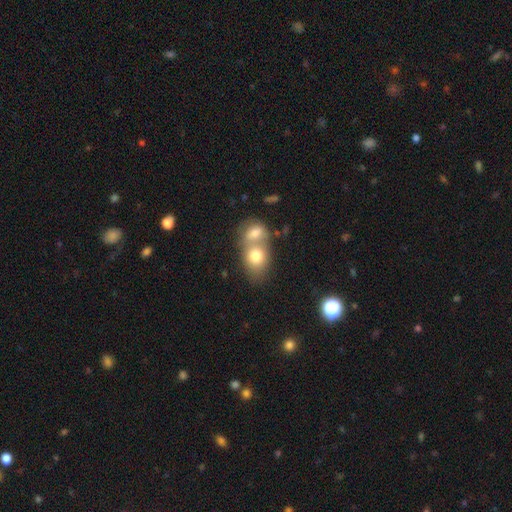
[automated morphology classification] type=smooth (75%); roundness=in between (65%); merging=merger (65%).